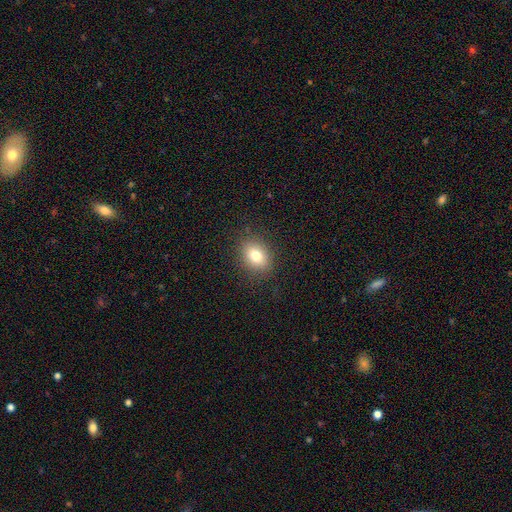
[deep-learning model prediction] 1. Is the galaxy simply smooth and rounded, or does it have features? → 77% smooth, 12% star or artifact, 11% featured or disk.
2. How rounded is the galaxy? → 55% in between, 43% round, 1% cigar-shaped.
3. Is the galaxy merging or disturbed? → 88% none, 8% minor disturbance, 3% major disturbance, 1% merger.